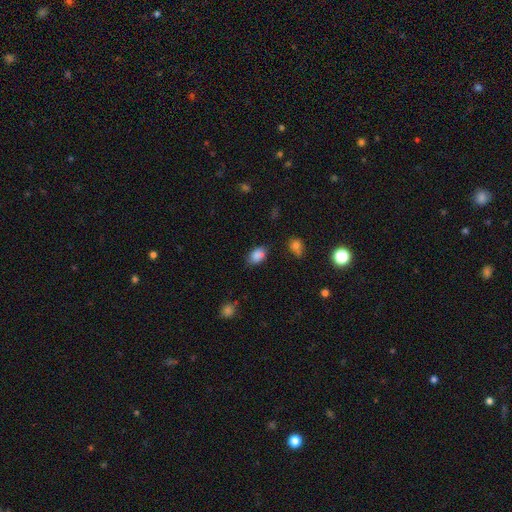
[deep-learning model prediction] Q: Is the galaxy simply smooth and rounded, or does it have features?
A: smooth — 84%.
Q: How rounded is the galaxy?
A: in between — 88%.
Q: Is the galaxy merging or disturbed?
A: none — 69%.